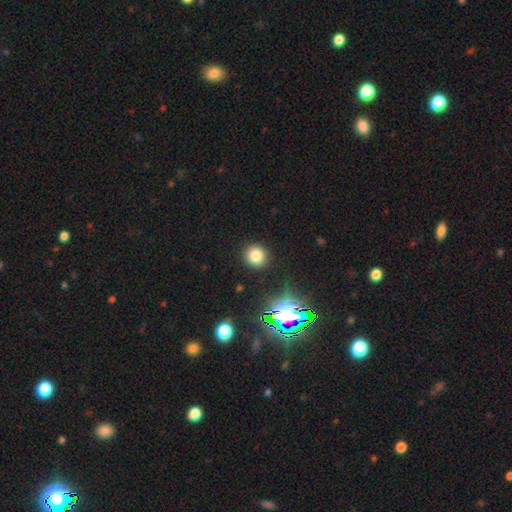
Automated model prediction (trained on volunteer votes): Overall: smooth (76%). How rounded: round (90%). Merging: none (89%).